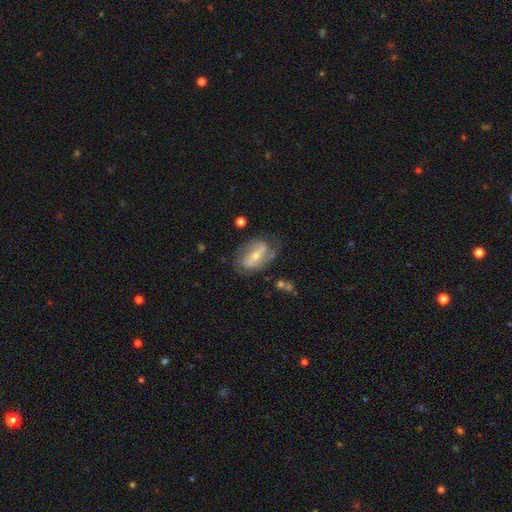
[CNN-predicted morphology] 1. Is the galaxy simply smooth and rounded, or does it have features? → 66% featured or disk, 27% smooth, 7% star or artifact.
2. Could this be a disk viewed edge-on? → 93% no, 7% yes.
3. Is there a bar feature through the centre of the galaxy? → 44% strong, 34% weak, 22% no.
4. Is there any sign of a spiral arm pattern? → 73% yes, 27% no.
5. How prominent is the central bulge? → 50% moderate, 45% small, 3% large, 2% none, 1% dominant.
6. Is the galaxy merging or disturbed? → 62% none, 22% minor disturbance, 12% major disturbance, 3% merger.